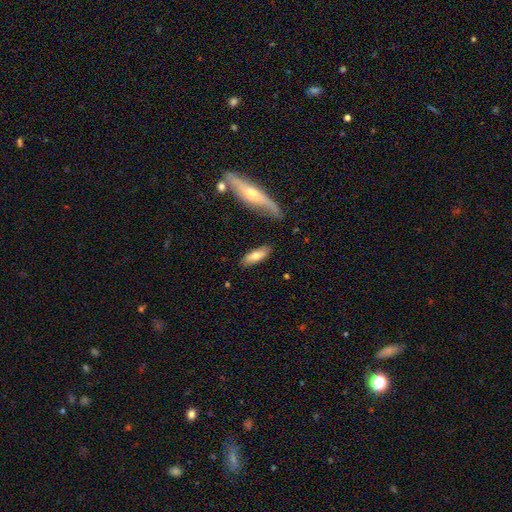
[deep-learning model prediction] Overall: smooth (69%). How rounded: in between (62%; cigar-shaped 36%). Merging: none (81%).